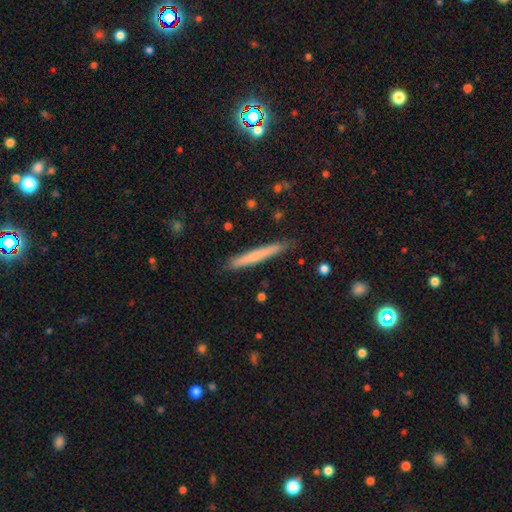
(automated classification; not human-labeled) Smooth or featured? smooth (66%)
How rounded? cigar-shaped (97%)
Merging? none (88%)